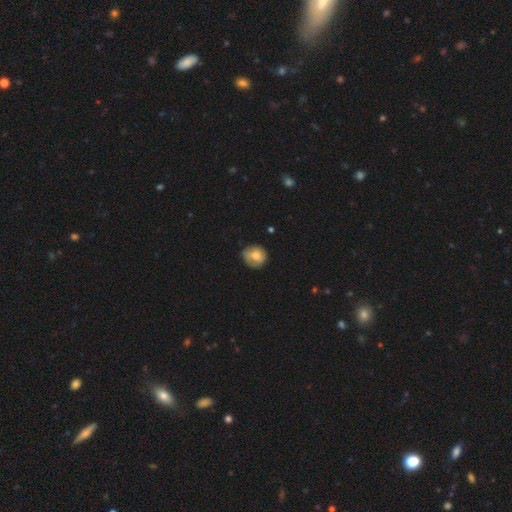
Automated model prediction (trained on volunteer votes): smooth-or-featured: smooth: 72% | featured or disk: 21% | star or artifact: 8%
  how-rounded: round: 83% | in between: 16% | cigar-shaped: 1%
  merging: none: 73% | minor disturbance: 21% | major disturbance: 5% | merger: 1%